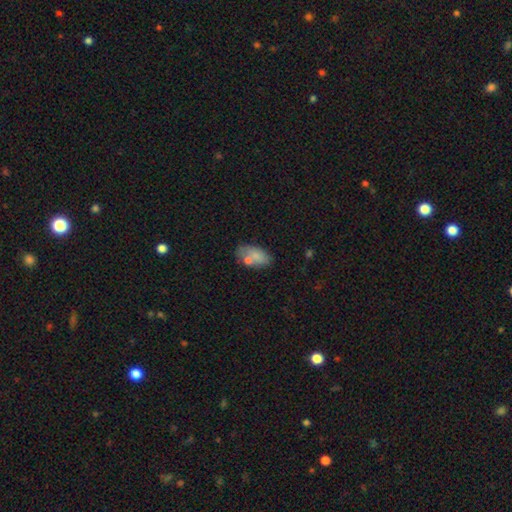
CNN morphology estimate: Overall: smooth (74%). How rounded: in between (92%). Merging: none (57%; minor disturbance 20%).